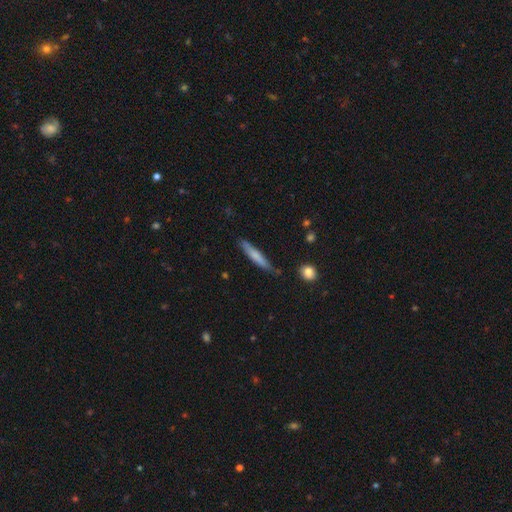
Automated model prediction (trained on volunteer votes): The model was most divided on "smooth or featured": smooth: 69%, featured or disk: 26%, star or artifact: 6%. More confident: how rounded — cigar-shaped (92%); merging — none (77%).